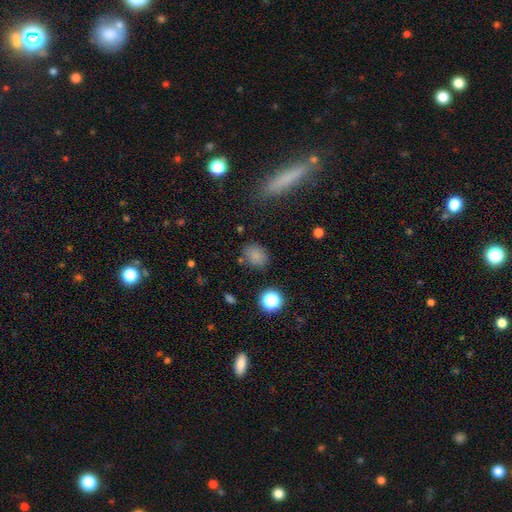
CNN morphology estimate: Q: Smooth or featured?
A: smooth (78%); runner-up: star or artifact (15%)
Q: How rounded?
A: in between (50%); runner-up: round (49%)
Q: Merging?
A: none (77%); runner-up: minor disturbance (14%)